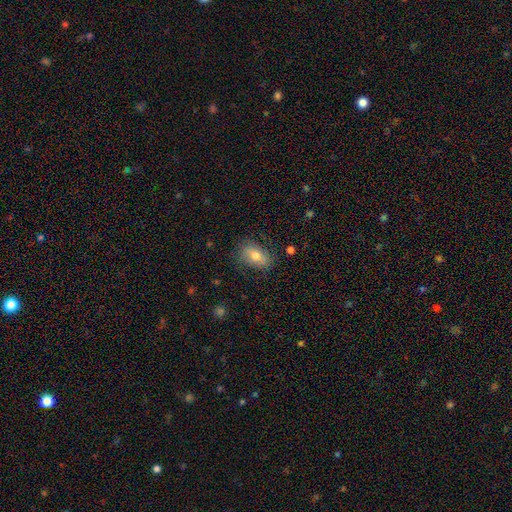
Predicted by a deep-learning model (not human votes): Smooth or featured: smooth — 69% (featured or disk — 23%)
How rounded: in between — 85% (round — 12%)
Merging: none — 77% (minor disturbance — 17%)